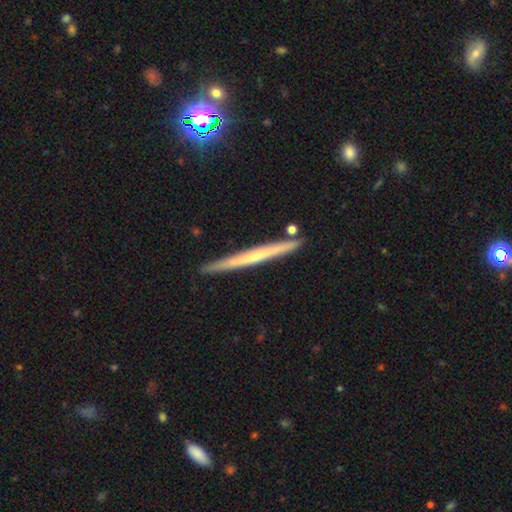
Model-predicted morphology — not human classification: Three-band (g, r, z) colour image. It shows a featured or disk galaxy (56%) viewed edge-on (97%) with no central bulge (70%). Merging: none (89%).